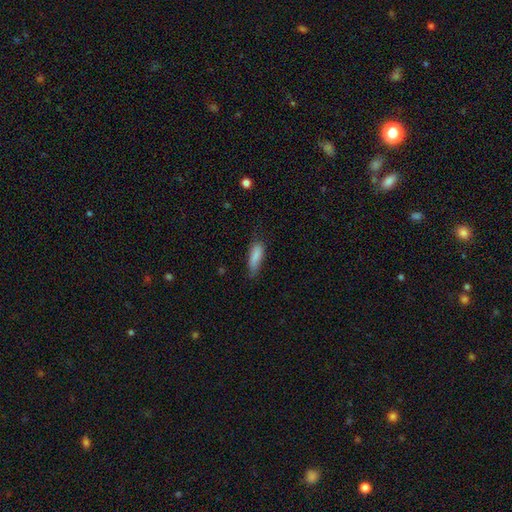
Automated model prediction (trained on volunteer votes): smooth-or-featured: smooth: 84% | featured or disk: 9% | star or artifact: 7%
  how-rounded: in between: 50% | cigar-shaped: 49% | round: 2%
  merging: none: 58% | minor disturbance: 31% | major disturbance: 9% | merger: 2%